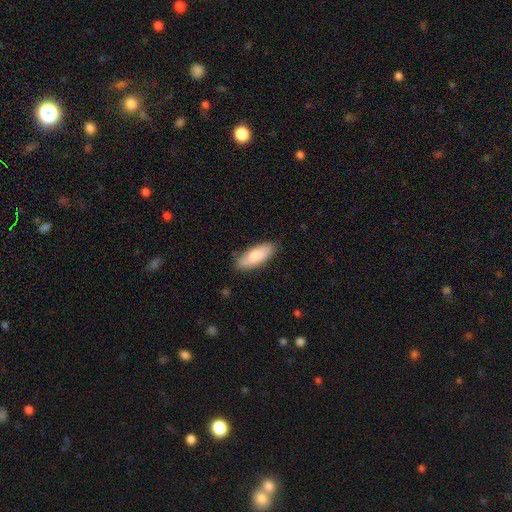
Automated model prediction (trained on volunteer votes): Overall: smooth (82%). How rounded: in between (73%). Merging: none (82%).